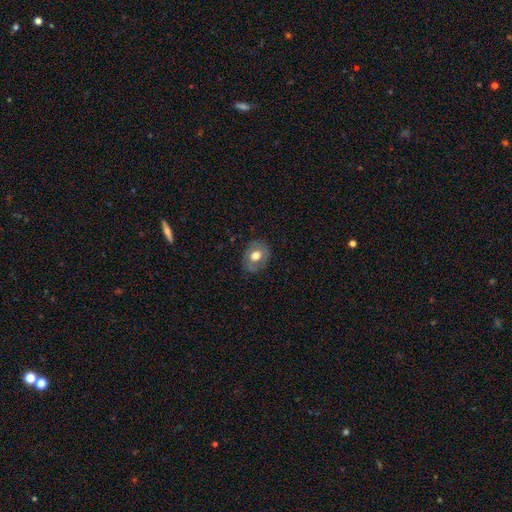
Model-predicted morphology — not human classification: Smooth or featured: smooth — 60% (featured or disk — 32%)
How rounded: round — 50% (in between — 49%)
Merging: none — 80% (minor disturbance — 15%)